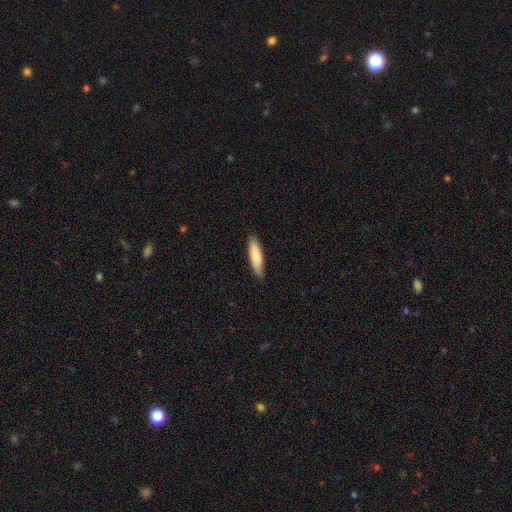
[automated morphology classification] smooth 80%, featured or disk 14%, star or artifact 5%. Down the decision tree: how rounded — cigar-shaped (70%); merging — none (83%).